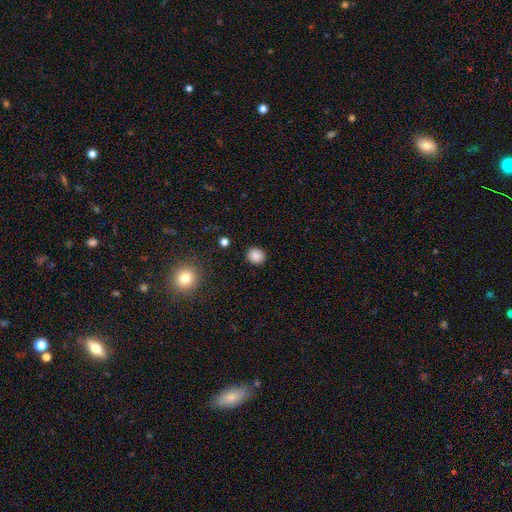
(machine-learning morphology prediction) Smooth or featured?
  - smooth: 86% *
  - star or artifact: 10%
  - featured or disk: 3%
How rounded?
  - round: 71% *
  - in between: 28%
  - cigar-shaped: 1%
Merging?
  - none: 89% *
  - minor disturbance: 7%
  - major disturbance: 2%
  - merger: 1%